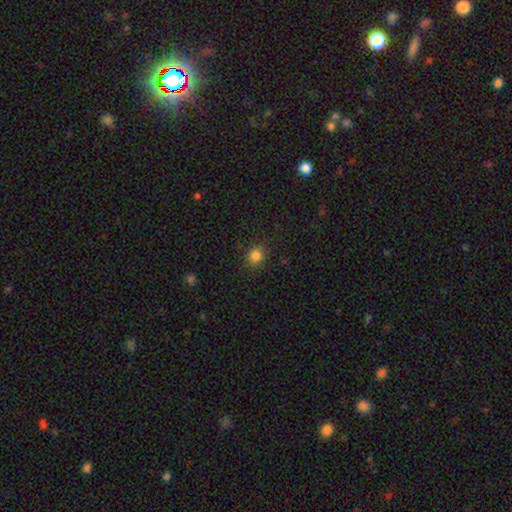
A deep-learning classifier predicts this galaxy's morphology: smooth 84%, star or artifact 12%, featured or disk 4%. Down the decision tree: how rounded — round (83%); merging — none (87%).